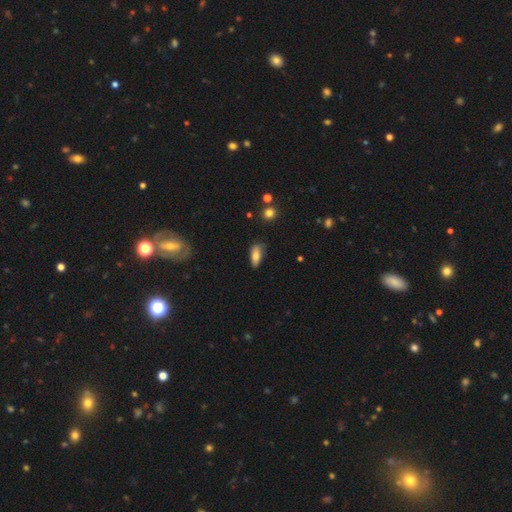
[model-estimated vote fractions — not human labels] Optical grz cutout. It shows a smooth galaxy with no disk features (78%) that is in between round and cigar-shaped (77%). Merging: none (78%).